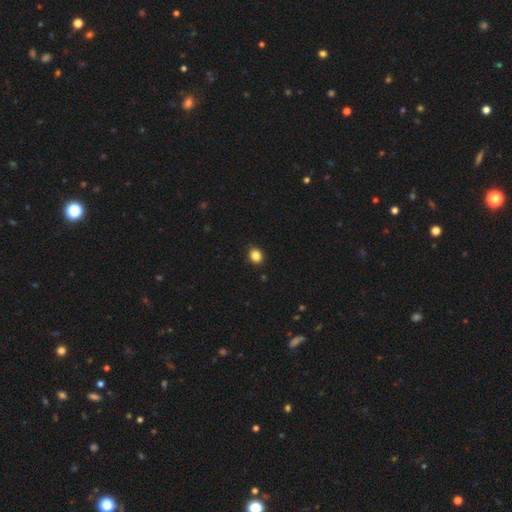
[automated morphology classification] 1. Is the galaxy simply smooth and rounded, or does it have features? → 85% smooth, 11% star or artifact, 4% featured or disk.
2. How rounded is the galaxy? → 73% round, 27% in between, 1% cigar-shaped.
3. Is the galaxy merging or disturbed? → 88% none, 9% minor disturbance, 2% major disturbance, 1% merger.